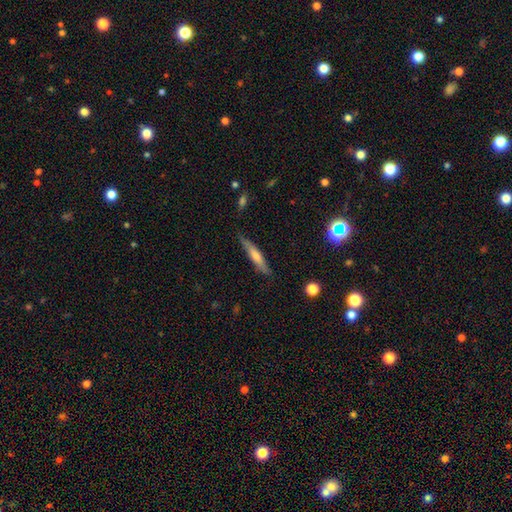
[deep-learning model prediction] Smooth or featured: smooth — 50% (featured or disk — 43%)
Merging: none — 81% (minor disturbance — 14%)